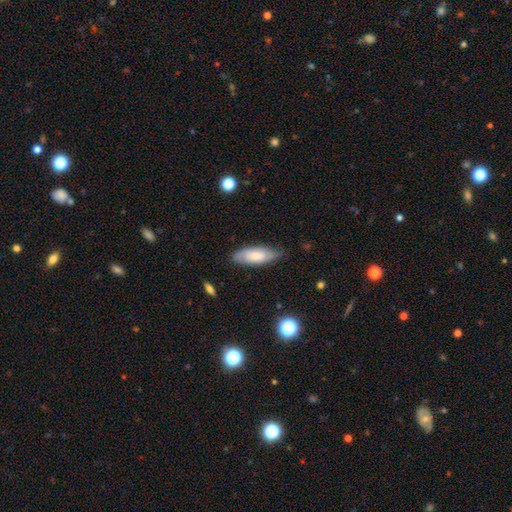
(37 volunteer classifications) Smooth or featured? smooth (76%)
How rounded? in between (82%)
Merging? none (86%)